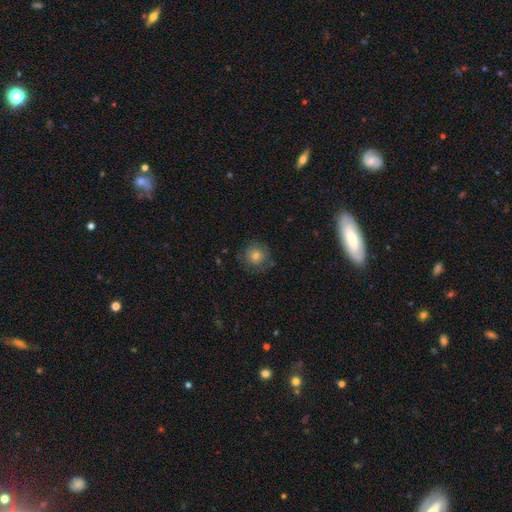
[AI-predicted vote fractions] Morphology: type=smooth (62%); roundness=round (92%); merging=none (75%).